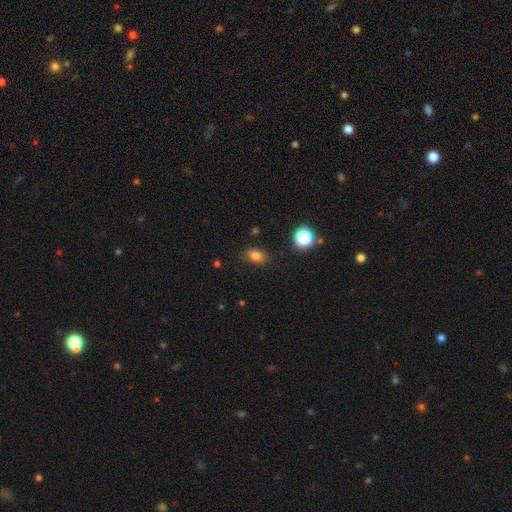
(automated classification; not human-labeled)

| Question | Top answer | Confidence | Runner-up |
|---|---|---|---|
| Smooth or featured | smooth | 79% | star or artifact (14%) |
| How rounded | in between | 78% | round (20%) |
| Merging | none | 82% | minor disturbance (13%) |